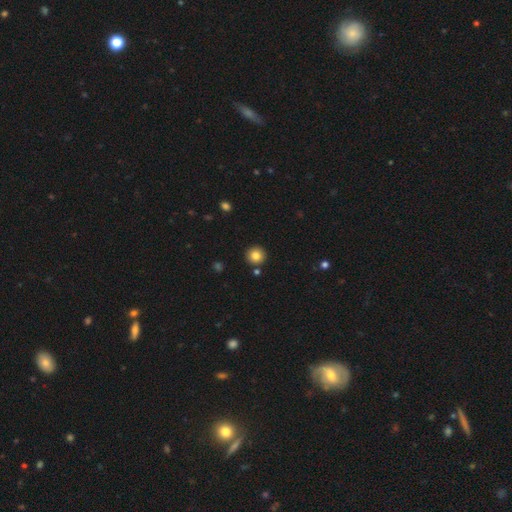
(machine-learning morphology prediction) Smooth or featured: smooth — 83% (star or artifact — 10%)
How rounded: round — 94% (in between — 5%)
Merging: none — 89% (minor disturbance — 6%)